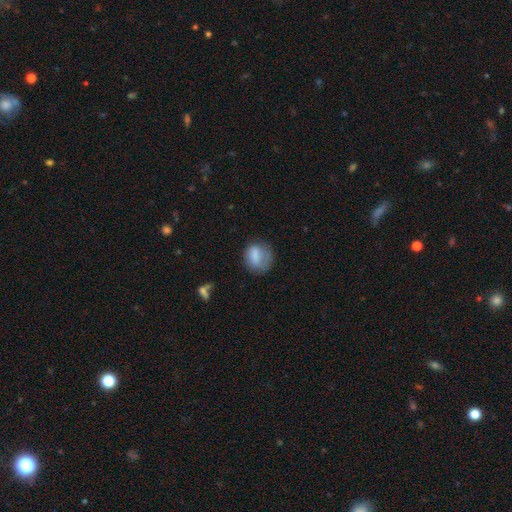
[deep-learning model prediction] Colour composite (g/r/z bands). It shows a smooth galaxy with no disk features (77%) that is round (60%). Merging: none (56%).